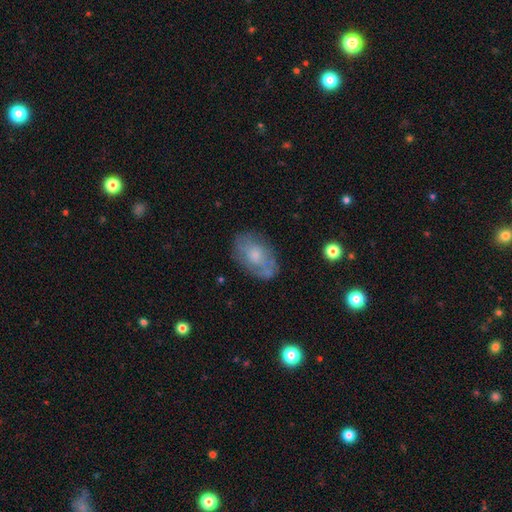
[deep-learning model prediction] Smooth or featured?
  - smooth: 48% *
  - featured or disk: 45%
  - star or artifact: 8%
Merging?
  - none: 68% *
  - minor disturbance: 22%
  - major disturbance: 8%
  - merger: 3%